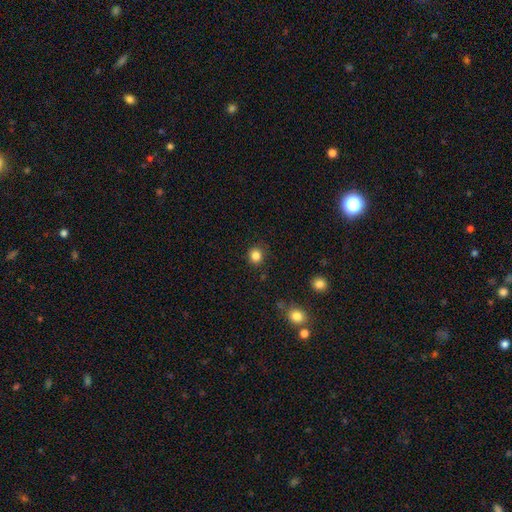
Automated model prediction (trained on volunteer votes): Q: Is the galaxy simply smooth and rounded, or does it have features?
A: smooth — 84%.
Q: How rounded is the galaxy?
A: round — 86%.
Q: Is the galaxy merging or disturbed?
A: none — 88%.